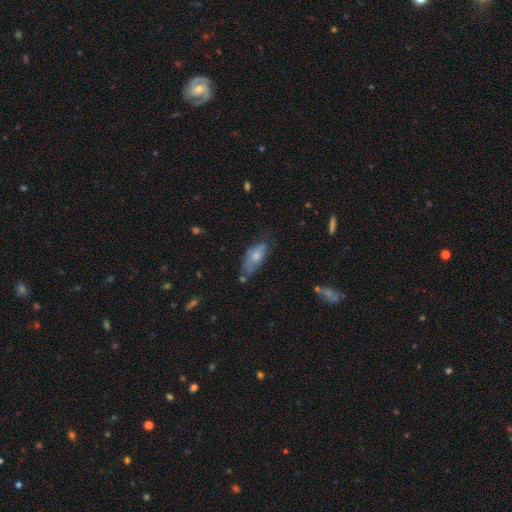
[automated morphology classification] Overall: smooth (66%; featured or disk 27%). How rounded: in between (81%). Merging: none (48%; minor disturbance 33%).